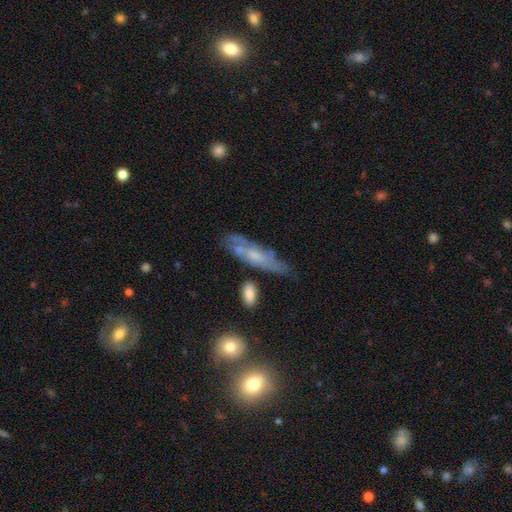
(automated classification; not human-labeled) Smooth or featured?
  - featured or disk: 57% *
  - smooth: 35%
  - star or artifact: 8%
Edge-on disk?
  - no: 66% *
  - yes: 34%
Merging?
  - none: 56% *
  - minor disturbance: 26%
  - major disturbance: 10%
  - merger: 8%